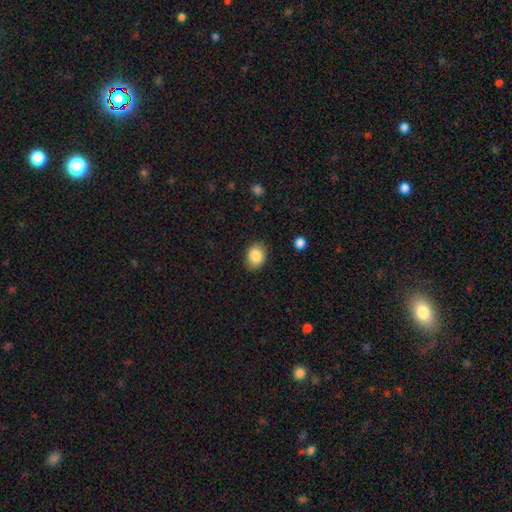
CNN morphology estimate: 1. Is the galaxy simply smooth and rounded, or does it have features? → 86% smooth, 8% star or artifact, 7% featured or disk.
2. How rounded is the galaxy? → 67% in between, 32% round, 1% cigar-shaped.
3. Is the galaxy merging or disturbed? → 85% none, 11% minor disturbance, 3% major disturbance, 1% merger.